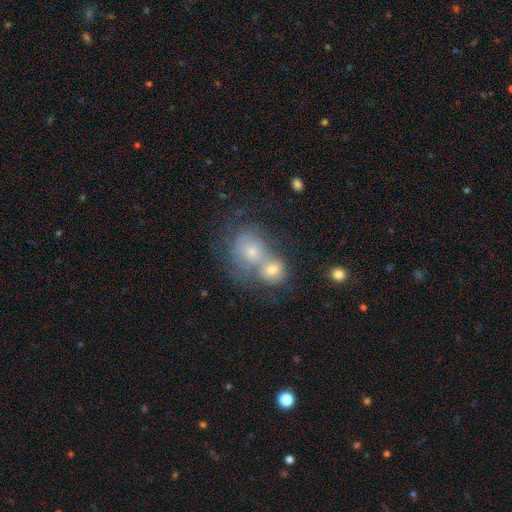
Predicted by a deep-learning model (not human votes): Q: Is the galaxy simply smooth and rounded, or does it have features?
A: featured or disk — 48%.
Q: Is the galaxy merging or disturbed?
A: merger — 60%.